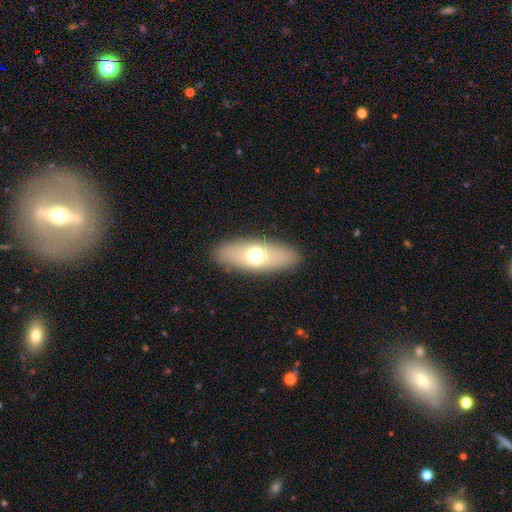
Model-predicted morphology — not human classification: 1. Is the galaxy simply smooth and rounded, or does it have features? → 63% smooth, 29% featured or disk, 8% star or artifact.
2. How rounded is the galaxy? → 70% in between, 25% cigar-shaped, 4% round.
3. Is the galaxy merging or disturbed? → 87% none, 9% minor disturbance, 3% major disturbance, 1% merger.